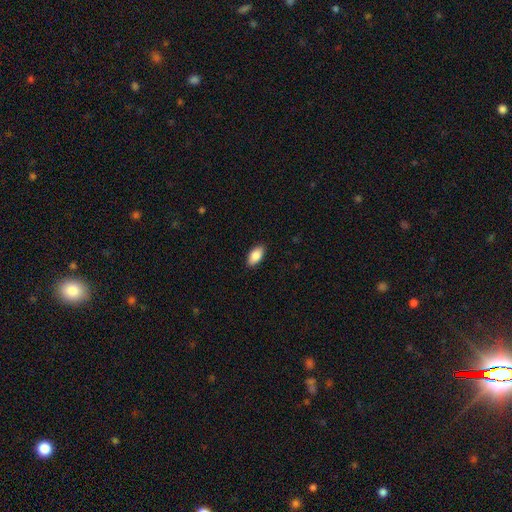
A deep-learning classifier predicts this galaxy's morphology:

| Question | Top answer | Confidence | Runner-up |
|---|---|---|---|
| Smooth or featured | smooth | 87% | star or artifact (6%) |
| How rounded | in between | 92% | cigar-shaped (5%) |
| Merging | none | 88% | minor disturbance (9%) |